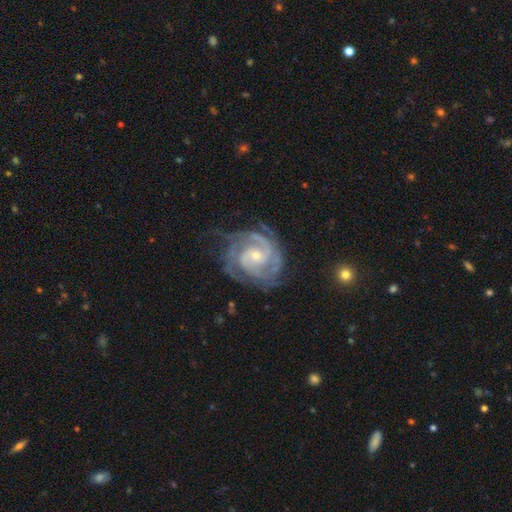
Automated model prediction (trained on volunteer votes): This is clearly a featured or disk galaxy (91%). It is clearly not viewed edge-on (98%). Bar: likely no (63%). Spiral arm pattern: clearly yes (98%). Spiral arm count: marginally 2 (40%). Spiral winding: likely tight (64%). Central bulge: likely small (66%). Merging: likely none (65%).